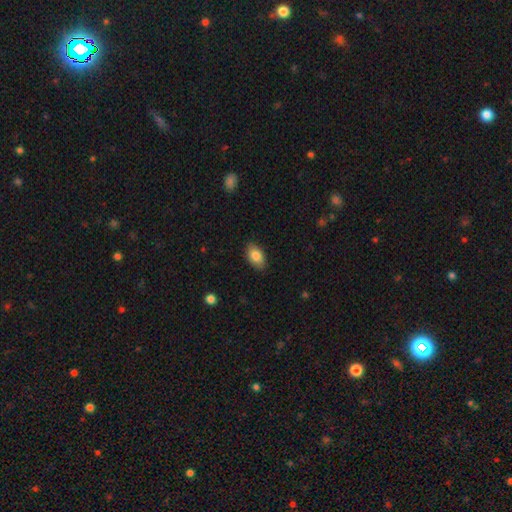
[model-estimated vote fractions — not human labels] Smooth or featured? smooth (84%)
How rounded? in between (91%)
Merging? none (85%)